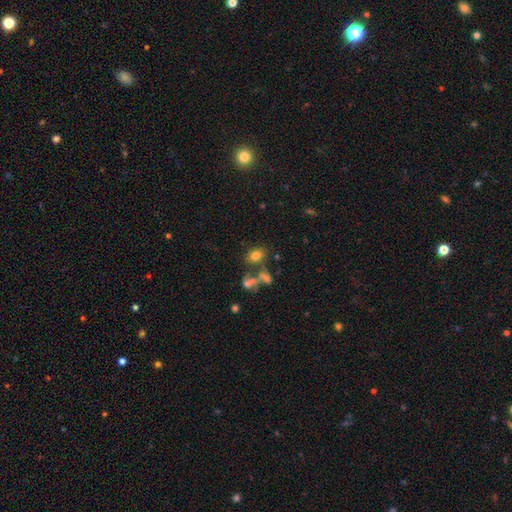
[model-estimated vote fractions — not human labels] Smooth or featured: smooth — 76% (star or artifact — 13%)
How rounded: in between — 79% (round — 19%)
Merging: none — 59% (merger — 21%)